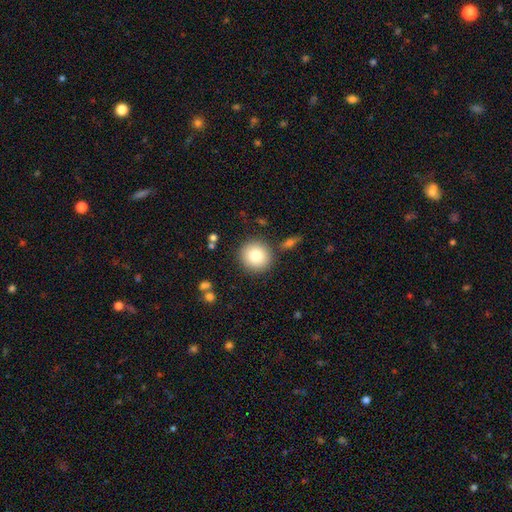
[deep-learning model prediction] Overall: smooth (83%). How rounded: round (93%). Merging: none (87%).